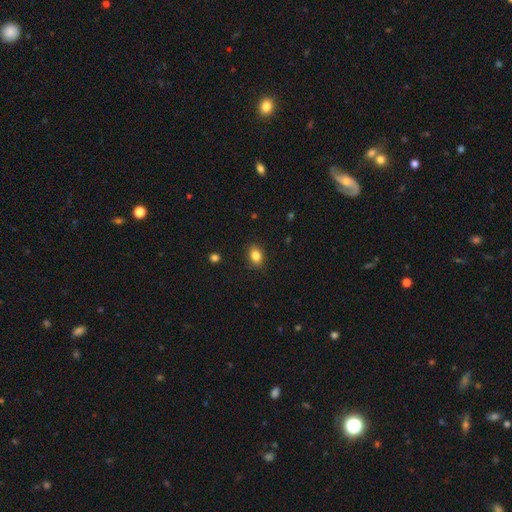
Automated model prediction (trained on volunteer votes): This appears to be a smooth galaxy with no disk features (84%) that is in between round and cigar-shaped (72%). Merging: none (88%).